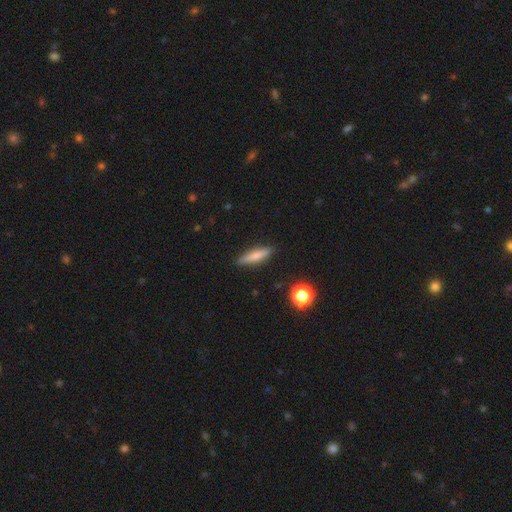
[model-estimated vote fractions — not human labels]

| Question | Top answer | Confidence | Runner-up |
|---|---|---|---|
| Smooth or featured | smooth | 70% | featured or disk (22%) |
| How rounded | cigar-shaped | 78% | in between (19%) |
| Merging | none | 88% | minor disturbance (9%) |